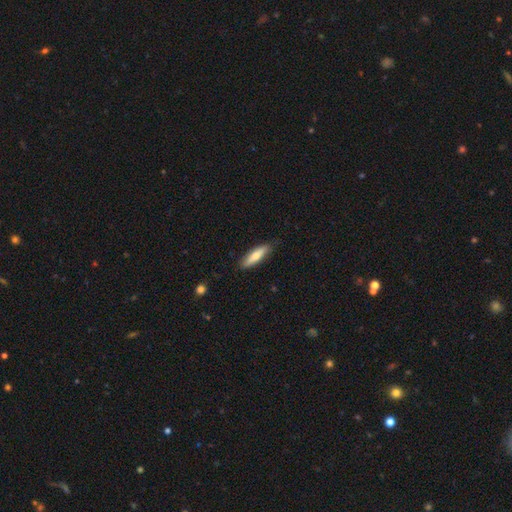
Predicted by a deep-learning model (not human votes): smooth-or-featured: smooth: 66% | featured or disk: 29% | star or artifact: 6%
  how-rounded: cigar-shaped: 63% | in between: 36% | round: 2%
  merging: none: 85% | minor disturbance: 12% | major disturbance: 2% | merger: 1%